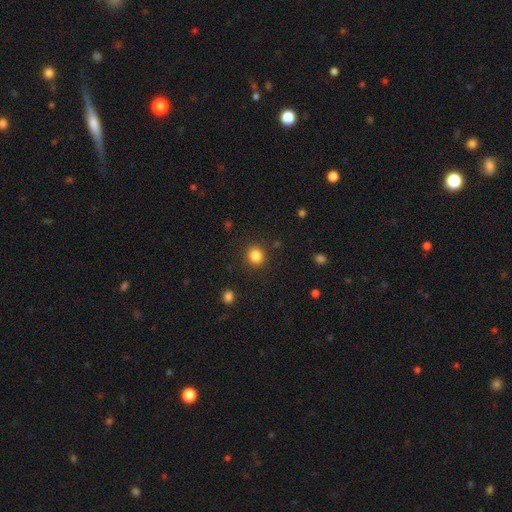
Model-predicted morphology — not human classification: type=smooth (85%); roundness=round (86%); merging=none (90%).